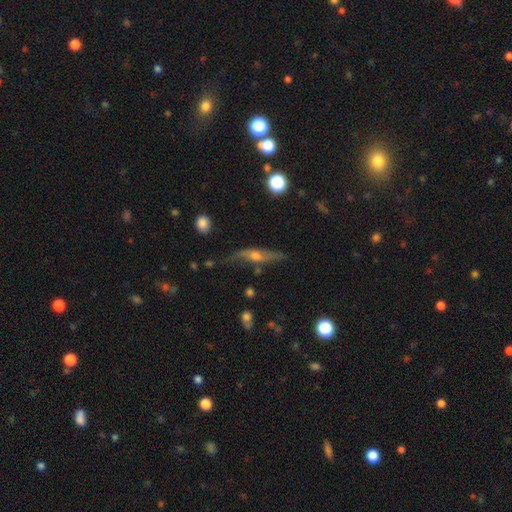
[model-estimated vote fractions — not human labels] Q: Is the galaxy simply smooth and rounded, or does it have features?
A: featured or disk — 64%.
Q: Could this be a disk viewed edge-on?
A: yes — 81%.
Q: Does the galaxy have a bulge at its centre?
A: rounded — 89%.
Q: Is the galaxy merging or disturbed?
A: none — 64%.